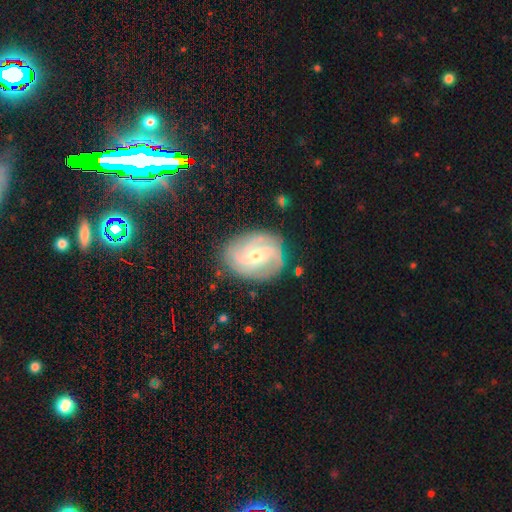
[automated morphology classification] This is clearly a featured or disk galaxy (81%). It is clearly not viewed edge-on (96%). Bar: possibly weak (47%). Spiral arm pattern: clearly yes (93%). Spiral arm count: marginally 2 (38%). Spiral winding: marginally medium (41%). Central bulge: possibly small (58%). Merging: likely none (78%).